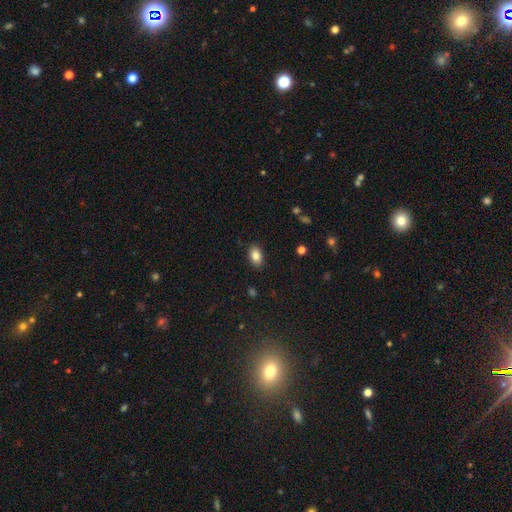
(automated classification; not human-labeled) The model was most divided on "smooth or featured": smooth: 85%, star or artifact: 8%, featured or disk: 7%. More confident: how rounded — in between (88%); merging — none (87%).